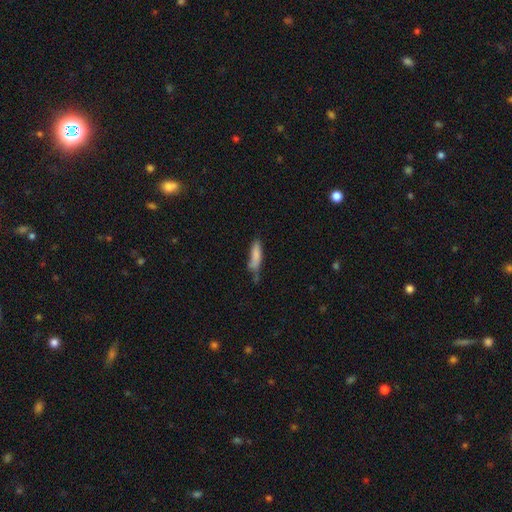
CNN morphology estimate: Smooth or featured?
  - smooth: 80% *
  - featured or disk: 13%
  - star or artifact: 7%
How rounded?
  - cigar-shaped: 67% *
  - in between: 31%
  - round: 2%
Merging?
  - none: 50% *
  - minor disturbance: 31%
  - major disturbance: 10%
  - merger: 9%